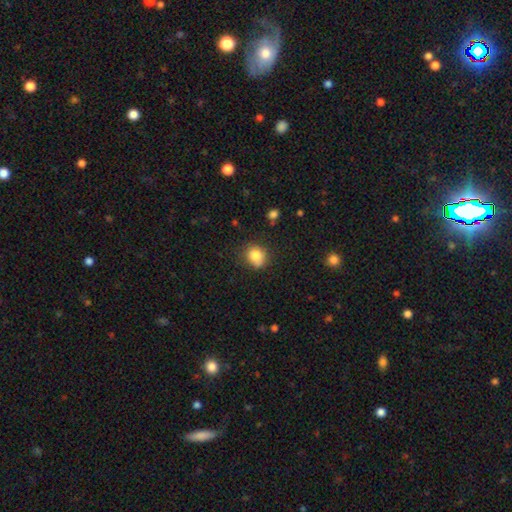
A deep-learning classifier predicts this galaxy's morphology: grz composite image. It shows a smooth galaxy with no disk features (82%) that is round (74%). Merging: none (68%).